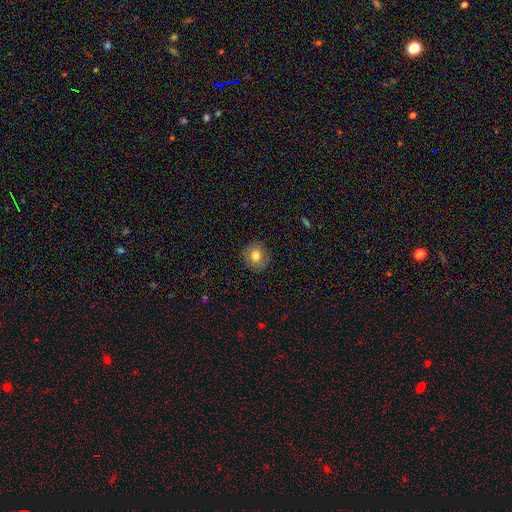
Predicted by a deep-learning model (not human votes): smooth 78%, featured or disk 12%, star or artifact 10%. Down the decision tree: how rounded — round (84%); merging — none (88%).